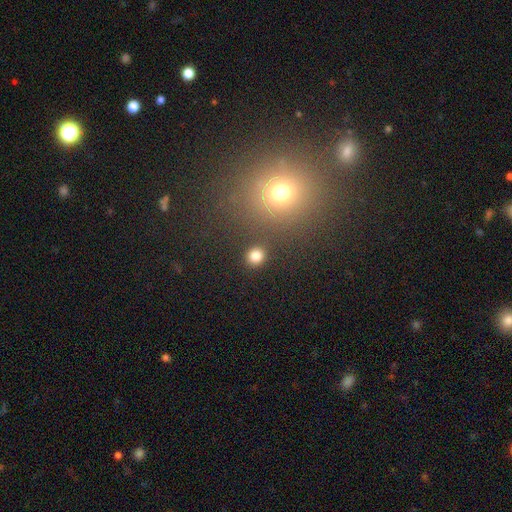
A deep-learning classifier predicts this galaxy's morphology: This is clearly a smooth galaxy (82%). How rounded: clearly round (86%). Merging: clearly none (86%).